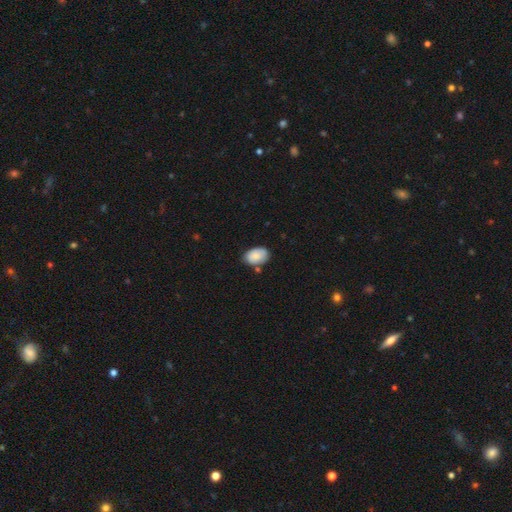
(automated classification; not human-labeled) Overall: smooth (83%). How rounded: in between (89%). Merging: none (71%).